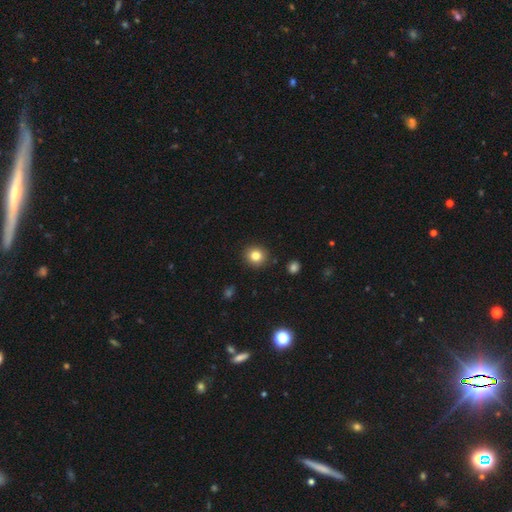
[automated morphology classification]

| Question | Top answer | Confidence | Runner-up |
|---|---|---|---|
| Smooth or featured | smooth | 83% | star or artifact (11%) |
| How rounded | round | 87% | in between (12%) |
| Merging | none | 90% | minor disturbance (6%) |